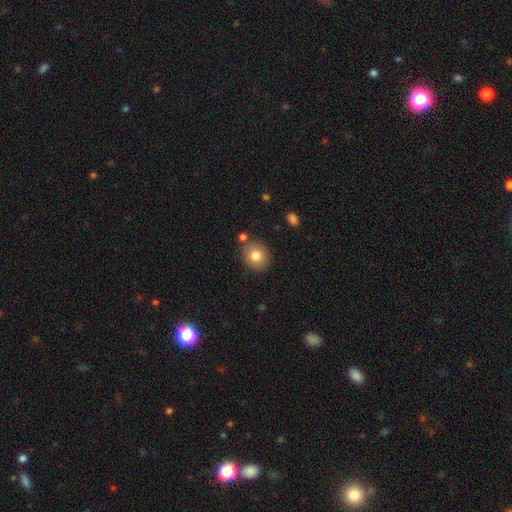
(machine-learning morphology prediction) type=smooth (81%); roundness=round (75%); merging=none (79%).